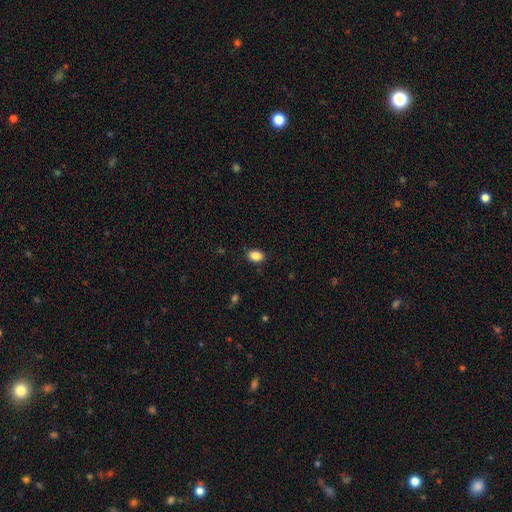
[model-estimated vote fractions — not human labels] A smooth galaxy with no disk features (87%) that is in between round and cigar-shaped (81%). Merging: none (87%).